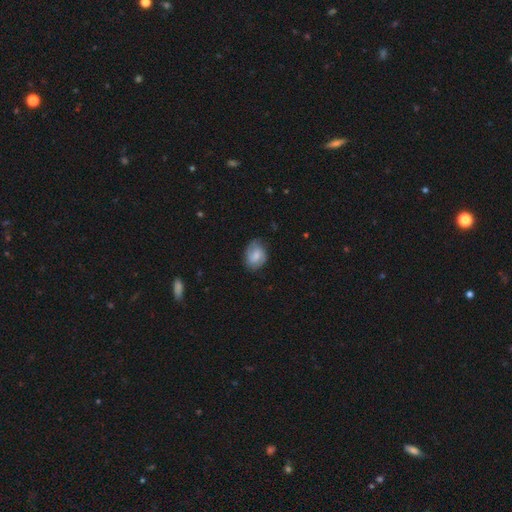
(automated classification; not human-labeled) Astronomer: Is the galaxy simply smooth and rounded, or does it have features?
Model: smooth — 56% (runner-up: featured or disk, 36%).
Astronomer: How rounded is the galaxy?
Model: in between — 58% (runner-up: round, 41%).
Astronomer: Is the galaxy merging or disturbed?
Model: none — 72%.